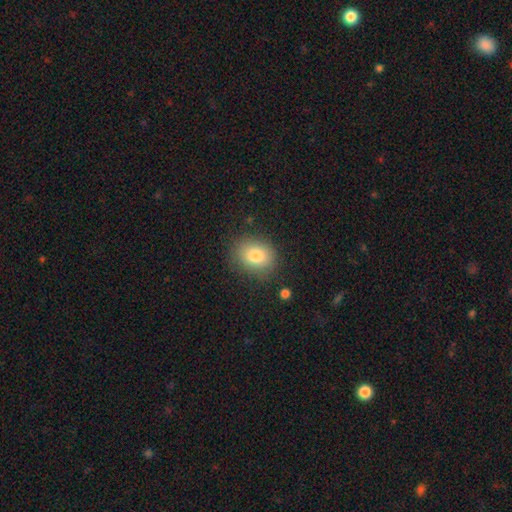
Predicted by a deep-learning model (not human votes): Smooth or featured? smooth (81%)
How rounded? round (54%)
Merging? none (81%)